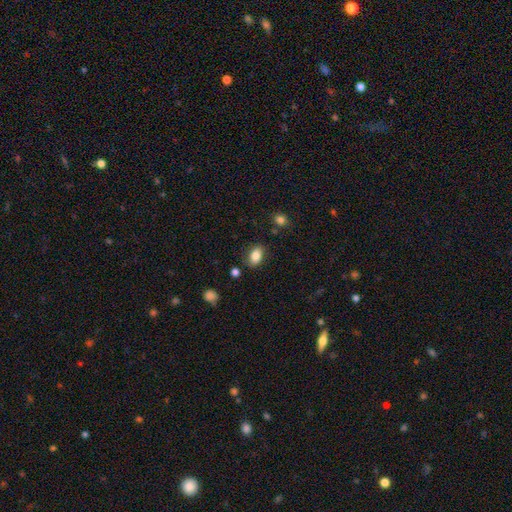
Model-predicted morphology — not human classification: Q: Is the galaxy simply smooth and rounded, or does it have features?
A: smooth — 84%.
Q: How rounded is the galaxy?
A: in between — 86%.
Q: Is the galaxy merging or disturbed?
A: none — 79%.